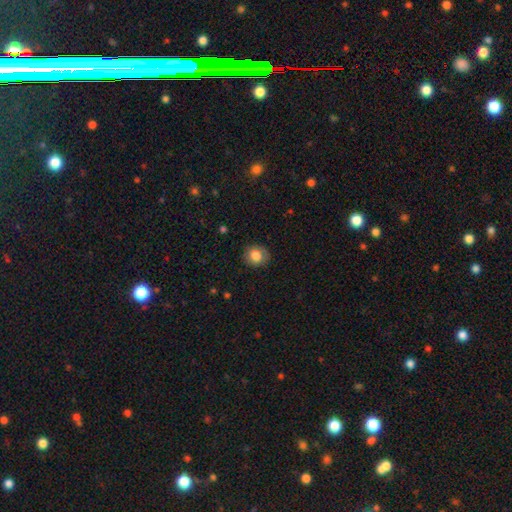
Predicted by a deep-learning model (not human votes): Smooth or featured? Predicted: smooth (p=0.79). How rounded? Predicted: round (p=0.75). Merging? Predicted: none (p=0.82).